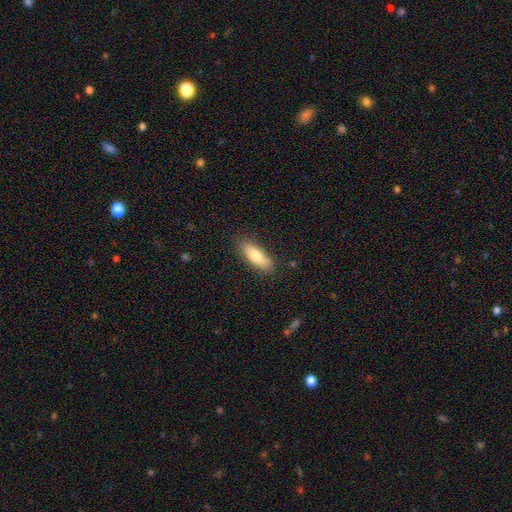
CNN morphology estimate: Smooth or featured: smooth — 76% (featured or disk — 18%)
How rounded: in between — 61% (cigar-shaped — 37%)
Merging: none — 81% (minor disturbance — 14%)